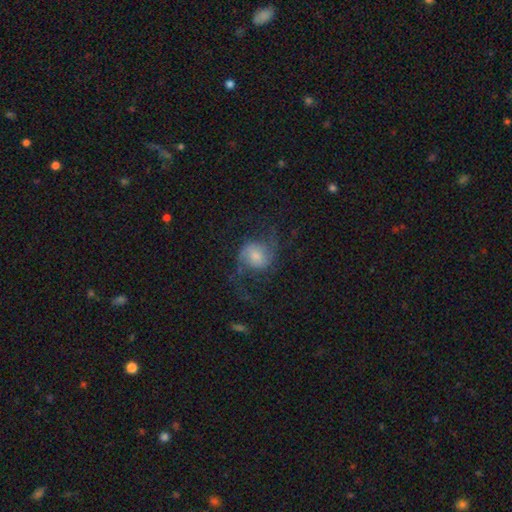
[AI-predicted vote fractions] smooth-or-featured: featured or disk: 69% | smooth: 23% | star or artifact: 9%
  disk-edge-on: no: 97% | yes: 3%
    bar: no: 51% | weak: 40% | strong: 9%
    has-spiral-arms: yes: 92% | no: 8%
      spiral-winding: loose: 52% | medium: 39% | tight: 9%
      spiral-arm-count: 2: 85% | can't tell: 5% | 3: 3% | 1: 3% | 4: 2% | more than 4: 2%
    bulge-size: moderate: 39% | small: 29% | large: 18% | none: 9% | dominant: 4%
  merging: none: 59% | major disturbance: 23% | minor disturbance: 16% | merger: 2%